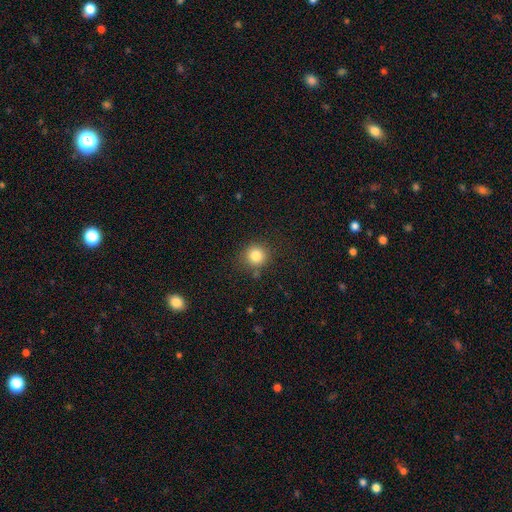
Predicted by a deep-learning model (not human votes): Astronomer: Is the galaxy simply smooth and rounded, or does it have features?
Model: smooth — 83%.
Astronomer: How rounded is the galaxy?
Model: round — 91%.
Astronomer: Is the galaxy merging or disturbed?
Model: none — 83%.